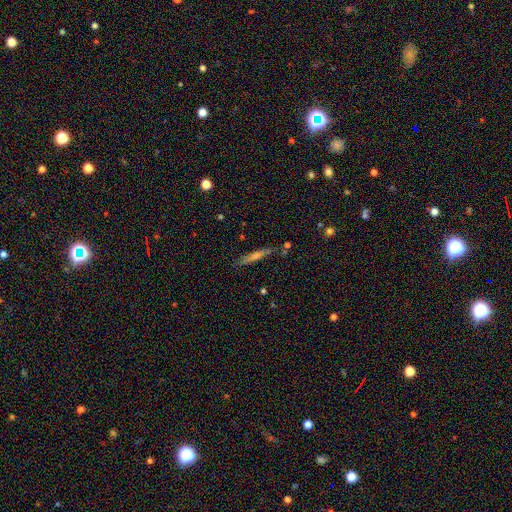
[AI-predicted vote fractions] Smooth or featured?
  - featured or disk: 51% *
  - smooth: 39%
  - star or artifact: 10%
Edge-on disk?
  - yes: 94% *
  - no: 6%
Merging?
  - none: 84% *
  - minor disturbance: 10%
  - merger: 4%
  - major disturbance: 2%